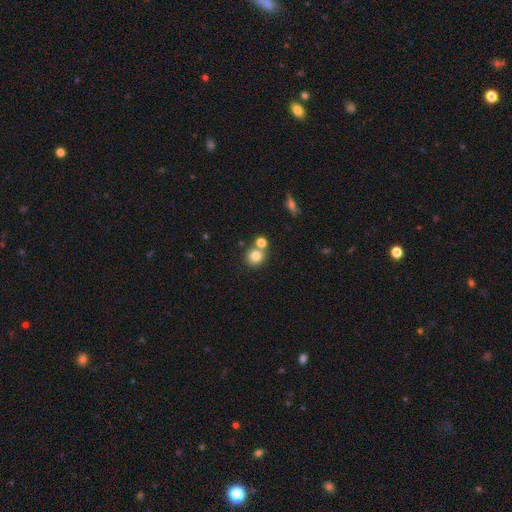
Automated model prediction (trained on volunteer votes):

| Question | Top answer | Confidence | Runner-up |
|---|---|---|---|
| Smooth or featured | smooth | 79% | star or artifact (12%) |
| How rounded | round | 88% | in between (11%) |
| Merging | none | 60% | merger (29%) |